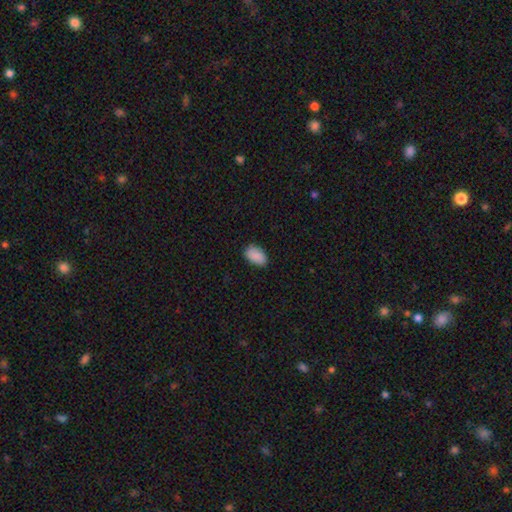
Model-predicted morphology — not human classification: smooth-or-featured: smooth: 90% | star or artifact: 7% | featured or disk: 3%
  how-rounded: in between: 93% | round: 6% | cigar-shaped: 1%
  merging: none: 84% | minor disturbance: 12% | major disturbance: 2% | merger: 1%